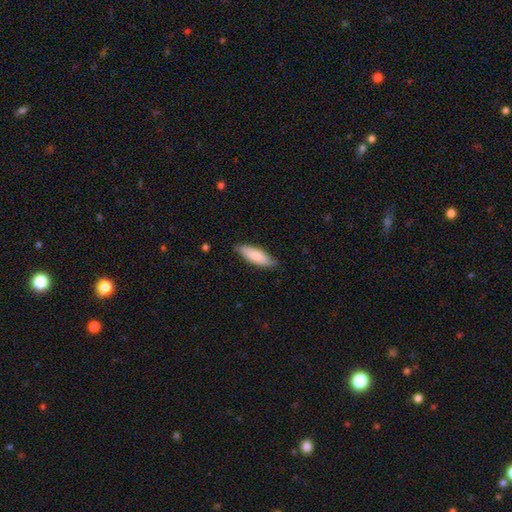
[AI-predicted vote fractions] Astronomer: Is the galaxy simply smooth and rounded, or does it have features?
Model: smooth — 83%.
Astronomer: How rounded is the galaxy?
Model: in between — 58% (runner-up: cigar-shaped, 40%).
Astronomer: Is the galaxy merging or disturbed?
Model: none — 82%.